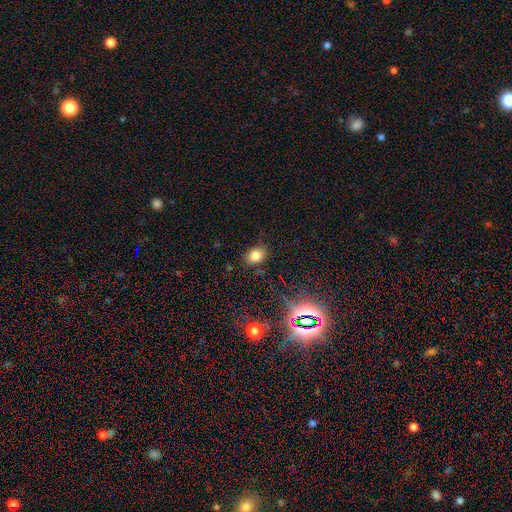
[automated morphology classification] type=smooth (78%); roundness=in between (71%); merging=none (83%).